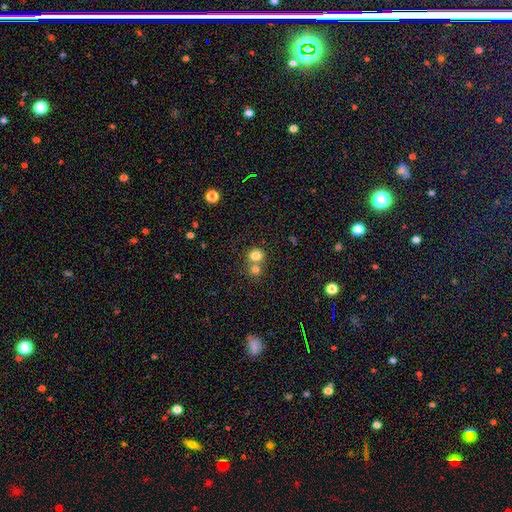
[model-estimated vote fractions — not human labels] smooth_or_featured: smooth (p=0.80) [alt: star or artifact p=0.12]
how_rounded: round (p=0.83) [alt: in between p=0.16]
merging: merger (p=0.48) [alt: none p=0.44]